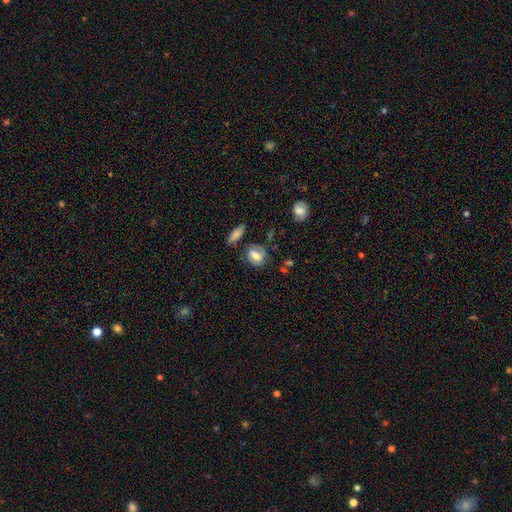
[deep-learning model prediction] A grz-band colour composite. It shows a smooth galaxy with no disk features (64%) that is in between round and cigar-shaped (59%). Merging: none (62%).